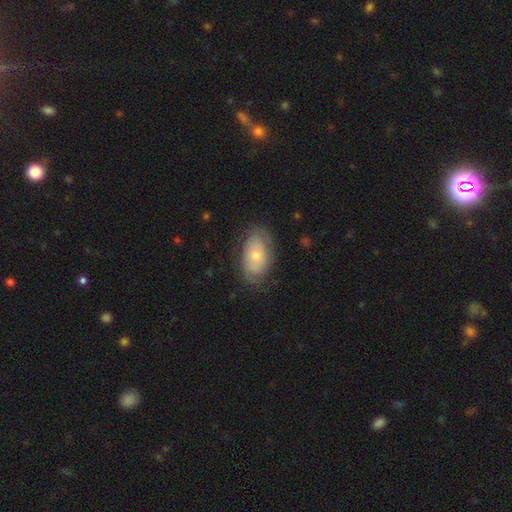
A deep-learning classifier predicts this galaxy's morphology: smooth 56%, featured or disk 37%, star or artifact 7%. Down the decision tree: how rounded — in between (92%); merging — none (75%).